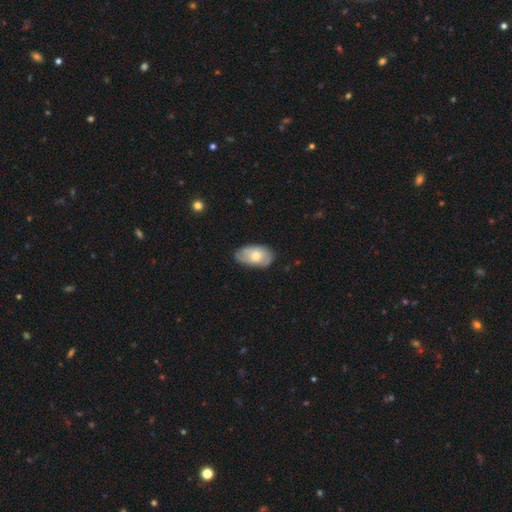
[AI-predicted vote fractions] Smooth or featured?
  - smooth: 57% *
  - featured or disk: 37%
  - star or artifact: 6%
How rounded?
  - in between: 92% *
  - round: 6%
  - cigar-shaped: 2%
Merging?
  - none: 66% *
  - minor disturbance: 27%
  - major disturbance: 6%
  - merger: 1%